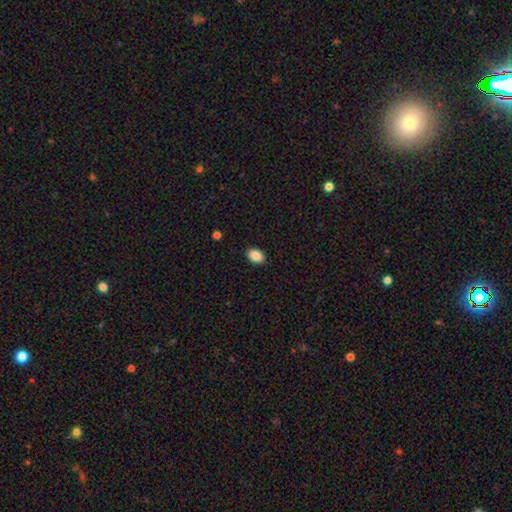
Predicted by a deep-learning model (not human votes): This is clearly a smooth galaxy (88%). How rounded: likely in between (79%). Merging: clearly none (90%).